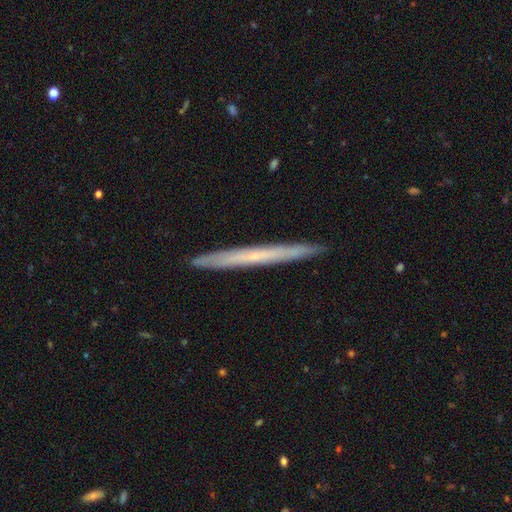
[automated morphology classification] The model was most divided on "smooth or featured": featured or disk: 55%, smooth: 38%, star or artifact: 7%. More confident: edge-on disk — yes (96%); merging — none (92%); edge-on bulge — none (82%).